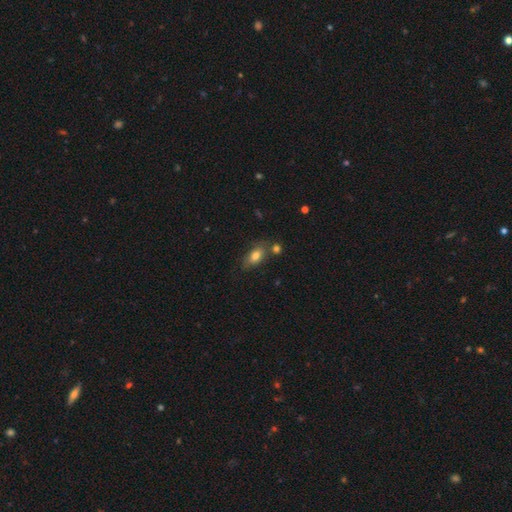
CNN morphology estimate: Overall: smooth (75%). How rounded: in between (86%). Merging: none (65%).